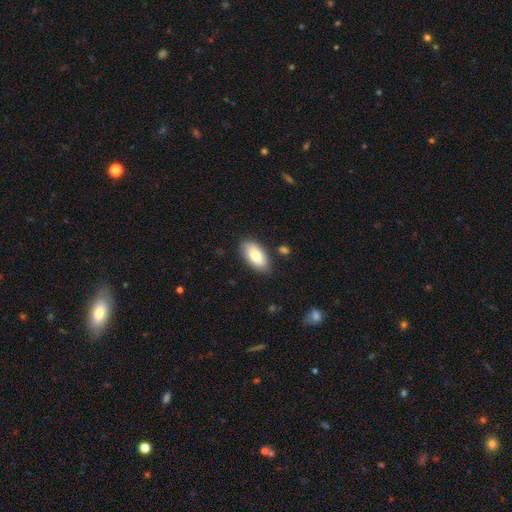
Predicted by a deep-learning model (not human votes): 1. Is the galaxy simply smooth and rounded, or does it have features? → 78% smooth, 15% featured or disk, 6% star or artifact.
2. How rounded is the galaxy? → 93% in between, 4% cigar-shaped, 3% round.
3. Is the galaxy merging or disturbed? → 82% none, 13% minor disturbance, 3% major disturbance, 3% merger.